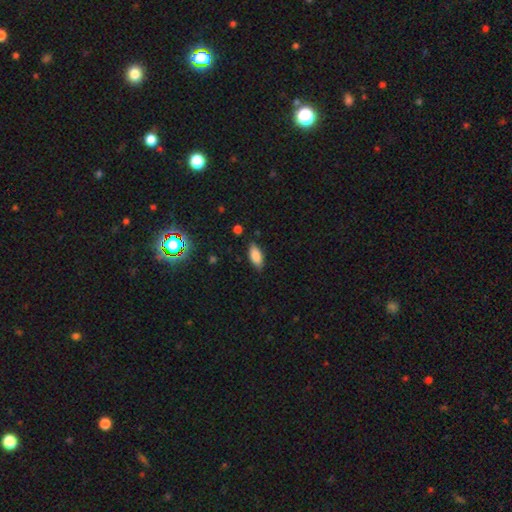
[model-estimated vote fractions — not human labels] smooth-or-featured: smooth: 83% | featured or disk: 9% | star or artifact: 8%
  how-rounded: in between: 85% | cigar-shaped: 12% | round: 3%
  merging: none: 83% | minor disturbance: 13% | major disturbance: 2% | merger: 1%